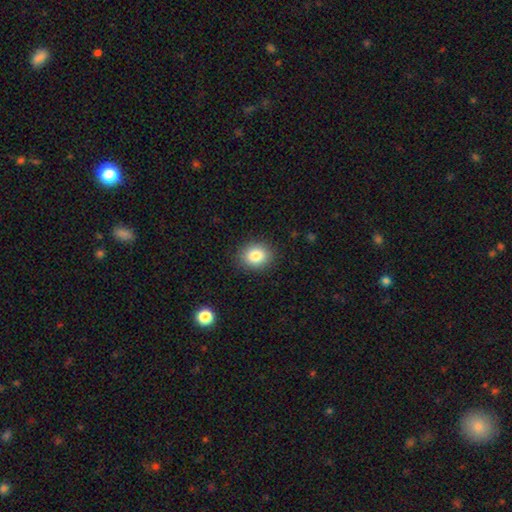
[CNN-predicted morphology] smooth 83%, star or artifact 10%, featured or disk 7%. Down the decision tree: how rounded — round (58%); merging — none (88%).